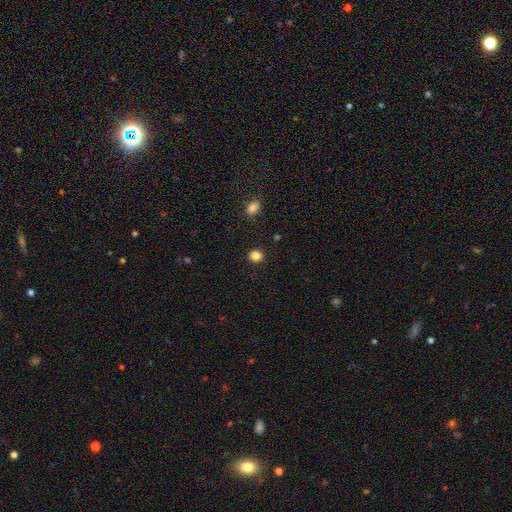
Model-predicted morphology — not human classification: Smooth or featured?
  - smooth: 84% *
  - star or artifact: 12%
  - featured or disk: 4%
How rounded?
  - round: 87% *
  - in between: 12%
  - cigar-shaped: 1%
Merging?
  - none: 91% *
  - minor disturbance: 5%
  - major disturbance: 2%
  - merger: 1%